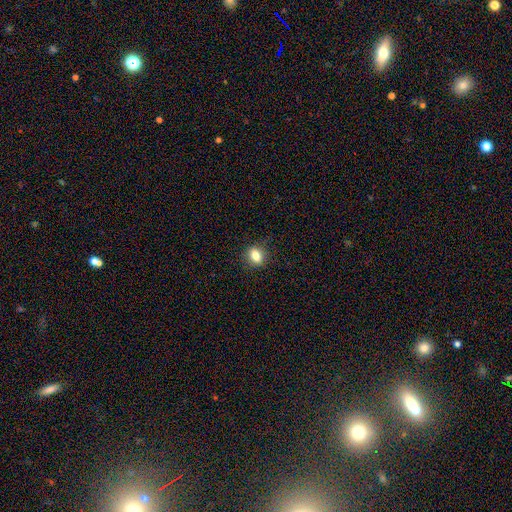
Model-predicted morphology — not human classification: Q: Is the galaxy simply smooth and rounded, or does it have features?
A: smooth — 79%.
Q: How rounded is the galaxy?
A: in between — 62%.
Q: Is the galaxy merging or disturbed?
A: none — 85%.